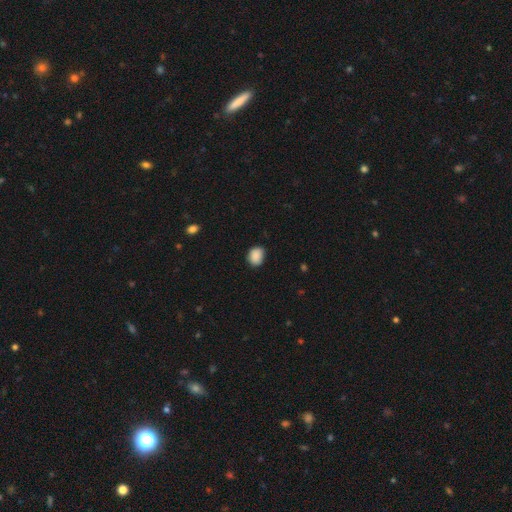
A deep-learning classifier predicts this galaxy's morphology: Q: Smooth or featured?
A: smooth (89%); runner-up: star or artifact (8%)
Q: How rounded?
A: in between (50%); runner-up: round (49%)
Q: Merging?
A: none (76%); runner-up: minor disturbance (19%)